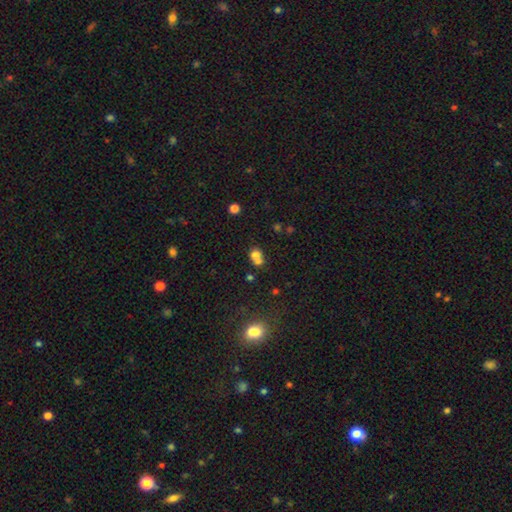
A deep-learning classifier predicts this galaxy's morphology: This appears to be a smooth galaxy with no disk features (70%) that is round (70%). Merging: merger (56%).